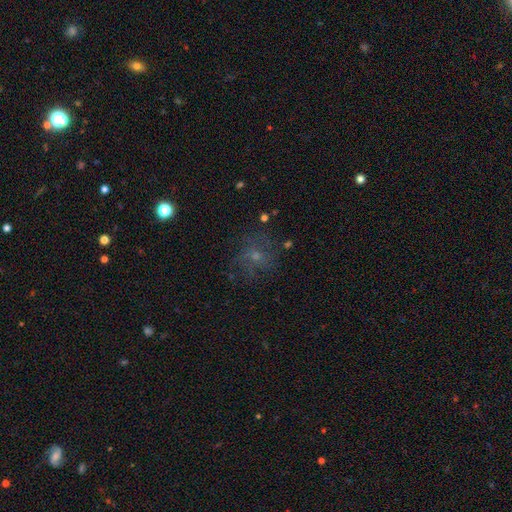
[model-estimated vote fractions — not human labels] smooth 40%, featured or disk 35%, star or artifact 25%. Down the decision tree: merging — none (64%).